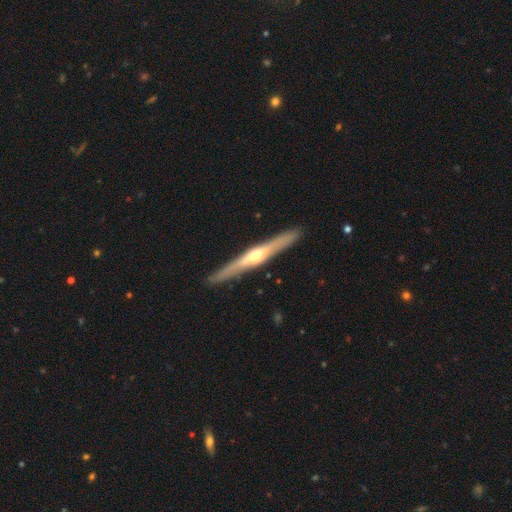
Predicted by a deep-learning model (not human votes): smooth-or-featured: featured or disk: 75% | smooth: 21% | star or artifact: 4%
  disk-edge-on: yes: 97% | no: 3%
    edge-on-bulge: rounded: 90% | none: 6% | boxy: 4%
  merging: none: 90% | minor disturbance: 7% | major disturbance: 1% | merger: 1%